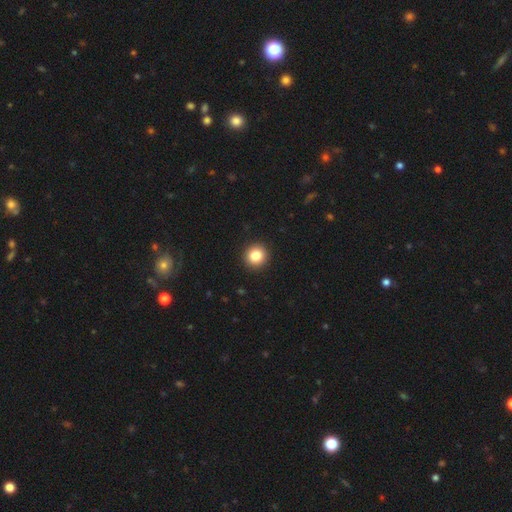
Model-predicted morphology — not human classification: Smooth or featured?
  - smooth: 84% *
  - star or artifact: 10%
  - featured or disk: 6%
How rounded?
  - round: 94% *
  - in between: 5%
  - cigar-shaped: 1%
Merging?
  - none: 93% *
  - minor disturbance: 4%
  - major disturbance: 1%
  - merger: 1%